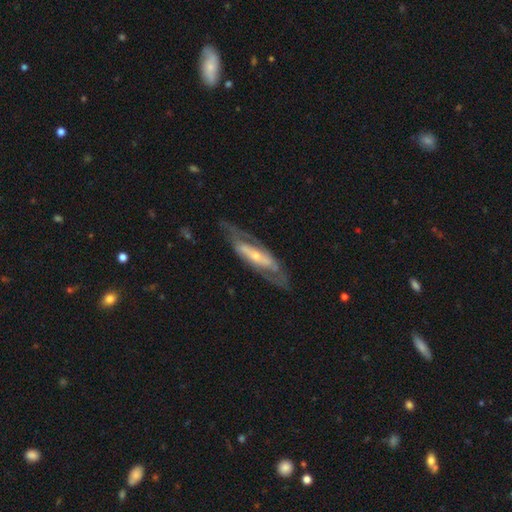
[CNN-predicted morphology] This is likely a featured or disk galaxy (76%). It is likely not viewed edge-on (77%). Bar: marginally strong (38%). Spiral arm pattern: likely yes (64%). Central bulge: possibly small (53%). Merging: likely none (66%).